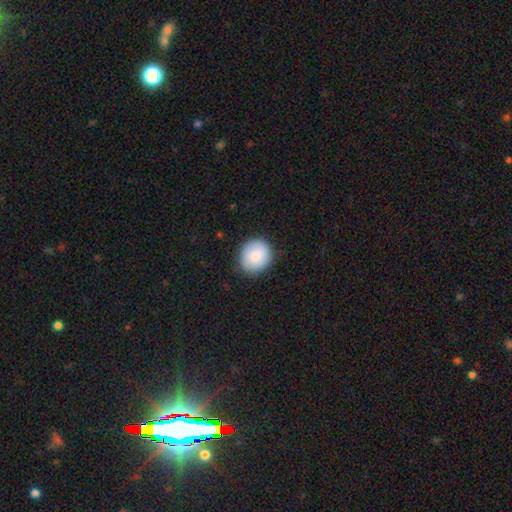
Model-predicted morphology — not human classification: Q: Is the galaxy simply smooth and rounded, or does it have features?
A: smooth — 86%.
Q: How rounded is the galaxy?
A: round — 82%.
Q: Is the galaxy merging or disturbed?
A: none — 85%.